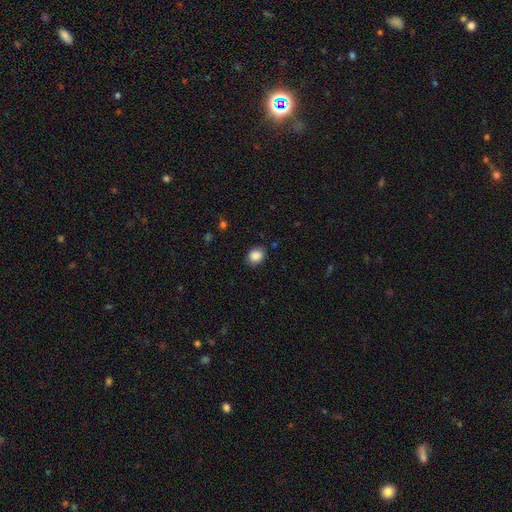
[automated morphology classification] smooth 88%, star or artifact 8%, featured or disk 4%. Down the decision tree: how rounded — in between (55%); merging — none (85%).